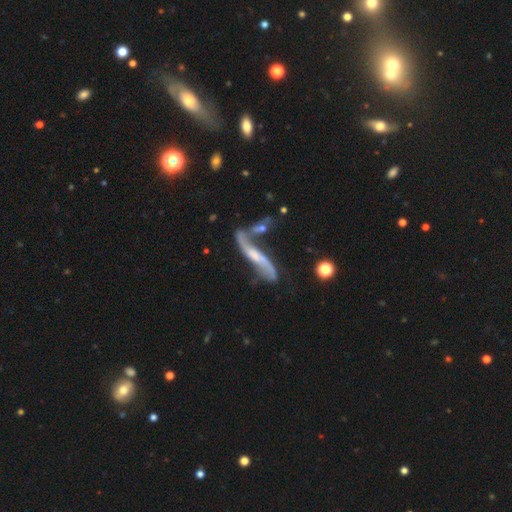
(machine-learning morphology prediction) smooth_or_featured: featured or disk (p=0.80) [alt: smooth p=0.13]
disk_edge_on: no (p=0.67) [alt: yes p=0.33]
bar: no (p=0.45) [alt: weak p=0.35]
has_spiral_arms: yes (p=0.89) [alt: no p=0.11]
bulge_size: small (p=0.43) [alt: moderate p=0.29]
merging: none (p=0.38) [alt: merger p=0.30]